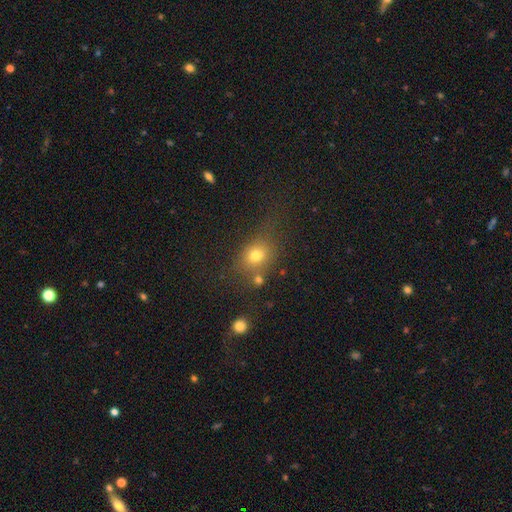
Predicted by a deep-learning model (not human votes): Overall: smooth (71%). How rounded: round (52%; in between 46%). Merging: none (59%).